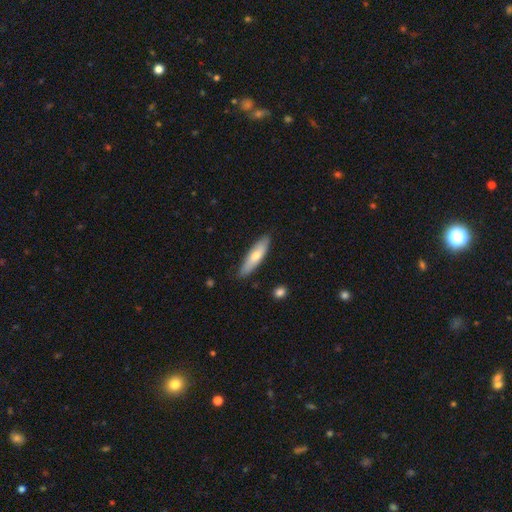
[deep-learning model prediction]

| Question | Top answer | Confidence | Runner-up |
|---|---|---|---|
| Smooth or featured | smooth | 65% | featured or disk (30%) |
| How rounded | cigar-shaped | 67% | in between (32%) |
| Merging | none | 85% | minor disturbance (11%) |